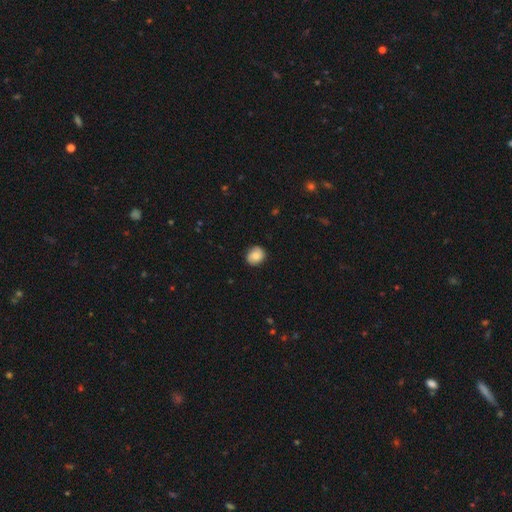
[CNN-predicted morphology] Smooth or featured? Predicted: smooth (p=0.75). How rounded? Predicted: round (p=0.73). Merging? Predicted: none (p=0.85).